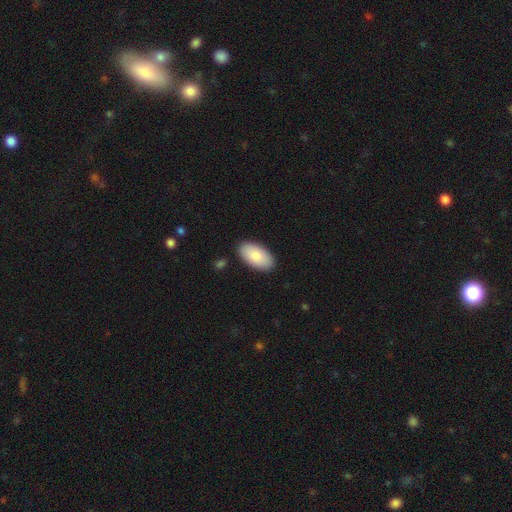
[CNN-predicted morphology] Q: Smooth or featured?
A: smooth (86%); runner-up: featured or disk (9%)
Q: How rounded?
A: in between (96%); runner-up: round (2%)
Q: Merging?
A: none (88%); runner-up: minor disturbance (8%)